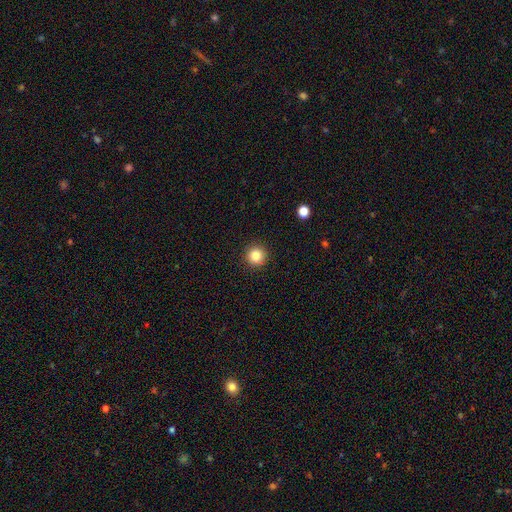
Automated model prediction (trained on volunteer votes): Morphology: type=smooth (84%); roundness=round (95%); merging=none (92%).